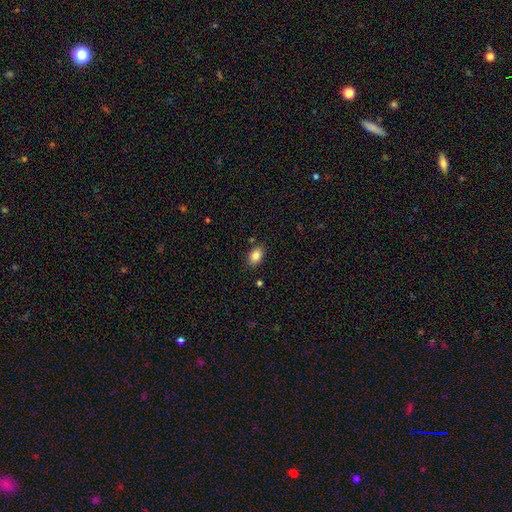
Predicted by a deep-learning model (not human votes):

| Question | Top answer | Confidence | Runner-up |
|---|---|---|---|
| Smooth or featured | smooth | 84% | star or artifact (9%) |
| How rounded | in between | 85% | round (13%) |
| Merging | none | 84% | minor disturbance (11%) |